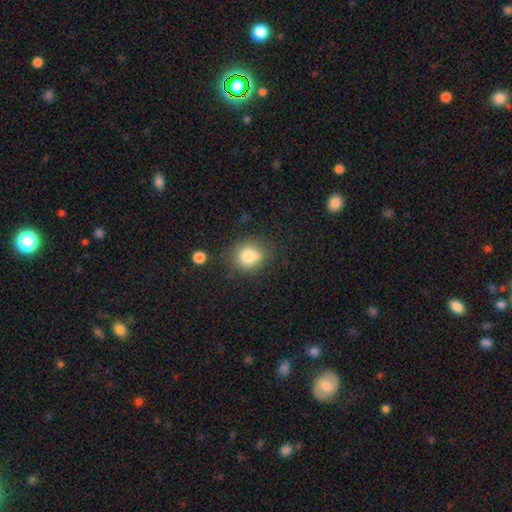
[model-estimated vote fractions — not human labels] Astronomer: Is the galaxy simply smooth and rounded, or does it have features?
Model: smooth — 75%.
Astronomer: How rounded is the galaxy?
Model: round — 83%.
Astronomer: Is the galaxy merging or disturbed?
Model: none — 59%.